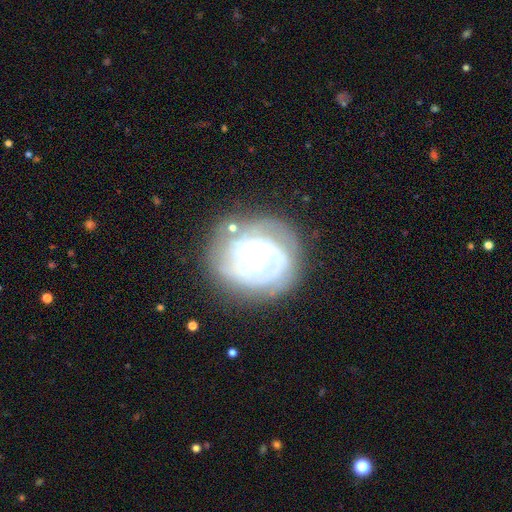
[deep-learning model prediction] Smooth or featured? Predicted: featured or disk (p=0.81). Edge-on disk? Predicted: no (p=0.97). Bar? Predicted: no (p=0.75). Spiral arms? Predicted: yes (p=0.87). Spiral winding? Predicted: tight (p=0.73). Spiral arm count? Predicted: can't tell (p=0.34). Bulge size? Predicted: small (p=0.60). Merging? Predicted: none (p=0.68).